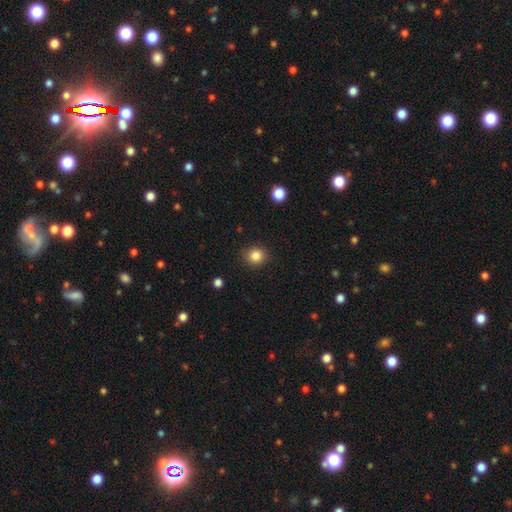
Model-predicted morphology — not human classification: Smooth or featured?
  - smooth: 85% *
  - star or artifact: 11%
  - featured or disk: 4%
How rounded?
  - round: 87% *
  - in between: 13%
  - cigar-shaped: 1%
Merging?
  - none: 89% *
  - minor disturbance: 7%
  - major disturbance: 2%
  - merger: 1%